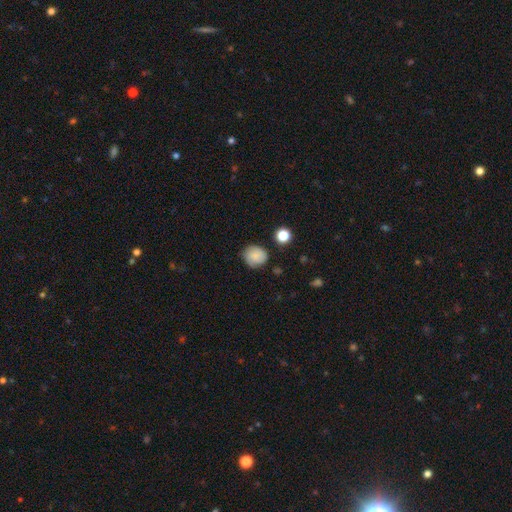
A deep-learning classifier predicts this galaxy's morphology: A smooth galaxy with no disk features (80%) that is round (81%). Merging: none (75%).